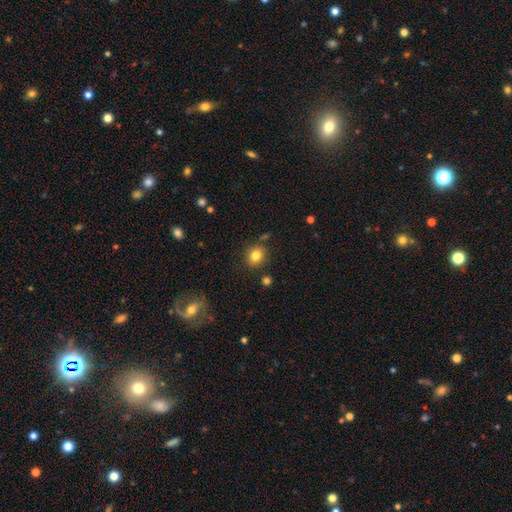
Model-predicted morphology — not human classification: Smooth or featured: smooth — 82% (star or artifact — 11%)
How rounded: round — 70% (in between — 30%)
Merging: none — 82% (minor disturbance — 11%)